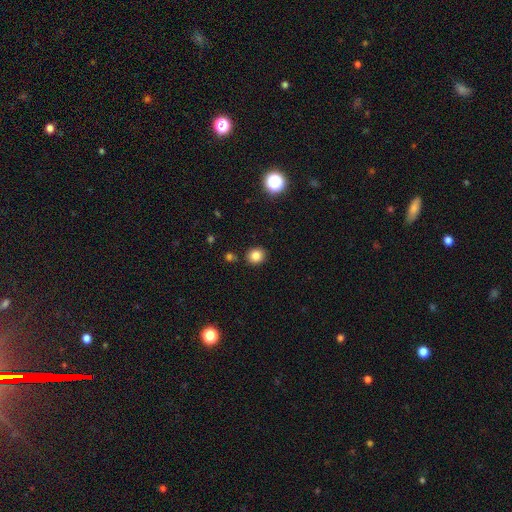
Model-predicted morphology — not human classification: Smooth or featured: smooth — 83% (star or artifact — 12%)
How rounded: round — 80% (in between — 19%)
Merging: none — 87% (minor disturbance — 8%)